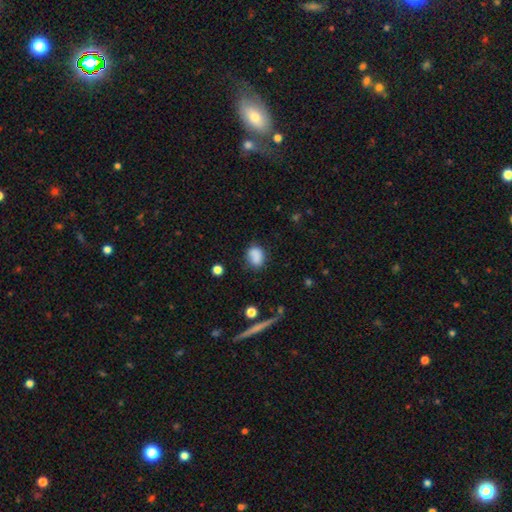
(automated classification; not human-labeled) Smooth or featured?
  - smooth: 83% *
  - star or artifact: 10%
  - featured or disk: 7%
How rounded?
  - in between: 66% *
  - round: 33%
  - cigar-shaped: 2%
Merging?
  - none: 66% *
  - minor disturbance: 23%
  - major disturbance: 7%
  - merger: 4%